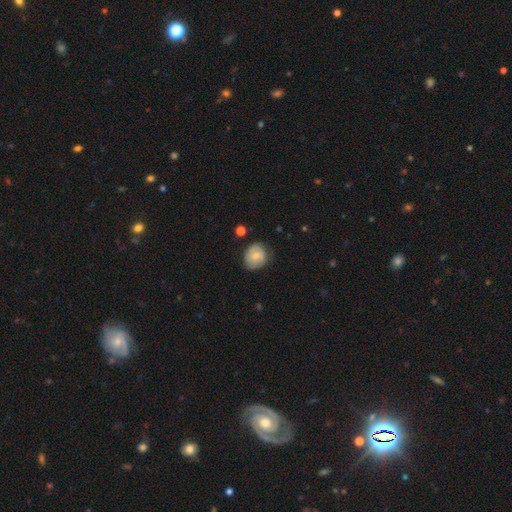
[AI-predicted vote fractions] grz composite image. It shows a smooth galaxy with no disk features (65%) that is round (68%). Merging: none (68%).